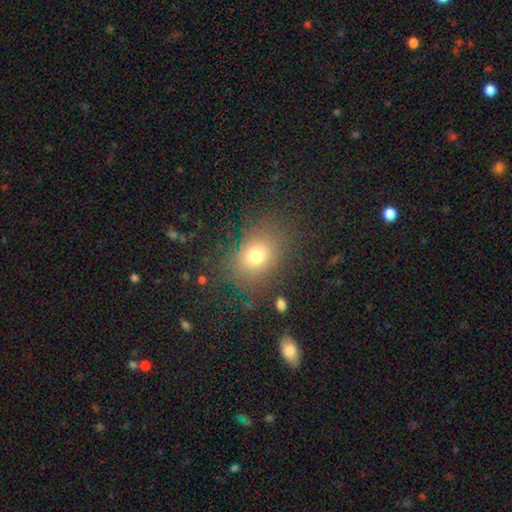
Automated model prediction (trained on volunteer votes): Smooth or featured: smooth — 73% (star or artifact — 15%)
How rounded: in between — 58% (round — 41%)
Merging: none — 79% (minor disturbance — 13%)